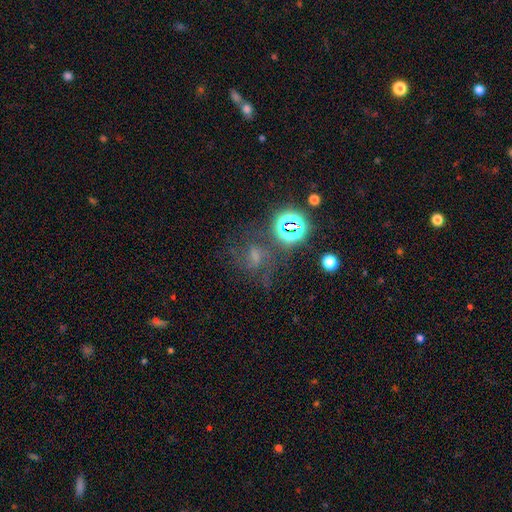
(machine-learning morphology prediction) A star or artifact, not a galaxy (38%).

Vote fractions:
- Smooth or featured? star or artifact: 38% / smooth: 35% / featured or disk: 27%